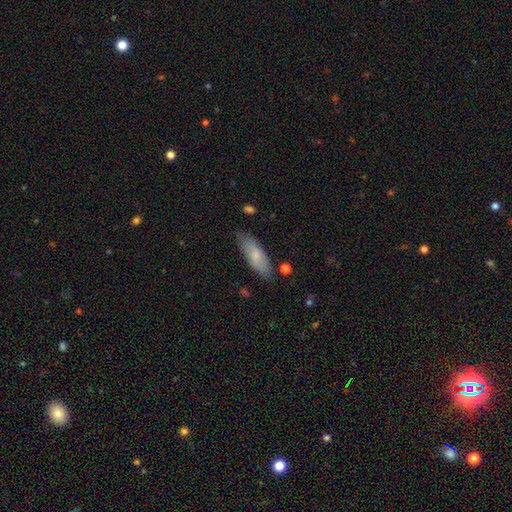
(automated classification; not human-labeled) Smooth or featured? smooth (76%)
How rounded? in between (63%)
Merging? none (78%)